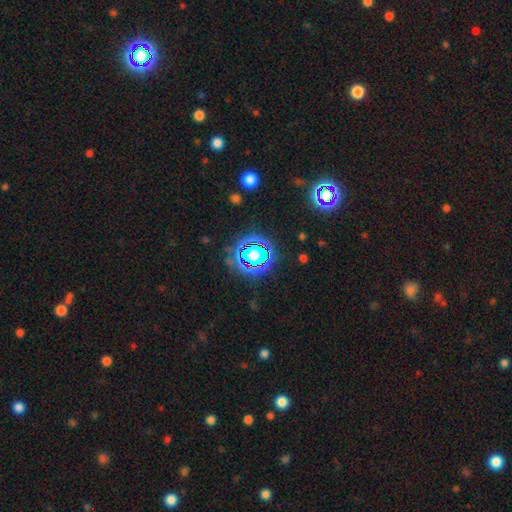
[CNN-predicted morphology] Overall: star or artifact (80%).